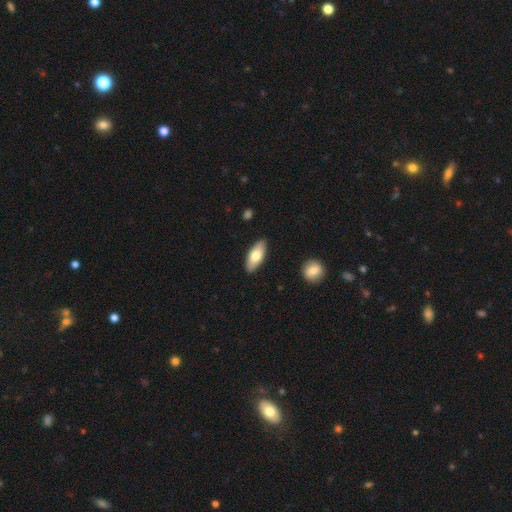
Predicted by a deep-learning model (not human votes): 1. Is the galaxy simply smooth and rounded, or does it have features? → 72% smooth, 22% featured or disk, 5% star or artifact.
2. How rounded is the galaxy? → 84% in between, 14% cigar-shaped, 2% round.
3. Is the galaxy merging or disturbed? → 87% none, 10% minor disturbance, 2% major disturbance, 1% merger.